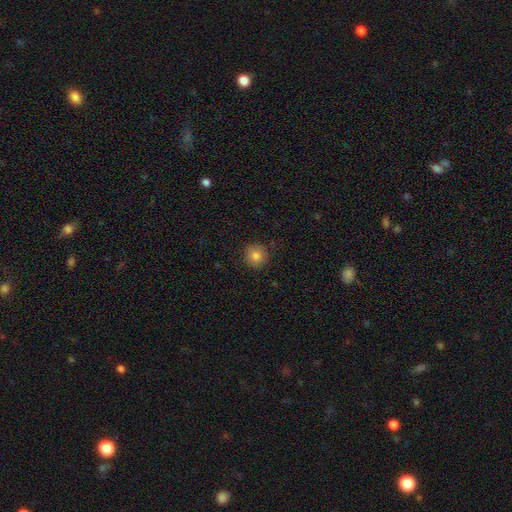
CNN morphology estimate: smooth_or_featured: smooth (p=0.83) [alt: star or artifact p=0.10]
how_rounded: round (p=0.92) [alt: in between p=0.07]
merging: none (p=0.89) [alt: minor disturbance p=0.08]